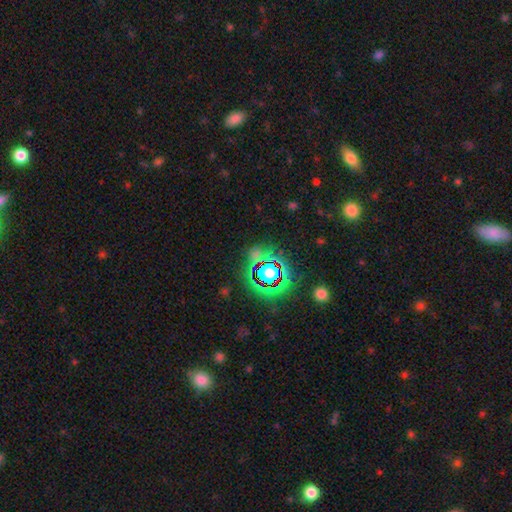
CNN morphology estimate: Smooth or featured? star or artifact (68%)